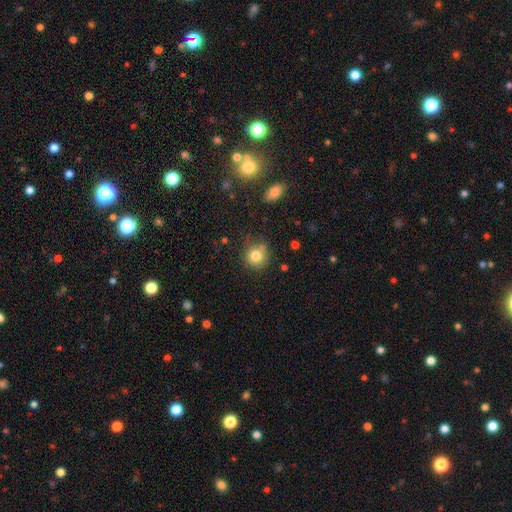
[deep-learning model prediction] A smooth galaxy with no disk features (80%) that is round (90%). Merging: none (73%).